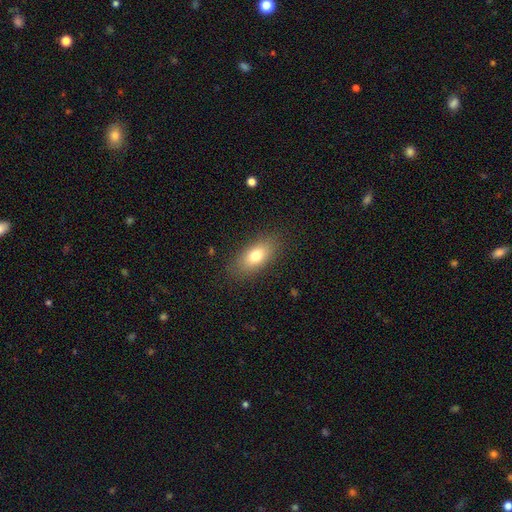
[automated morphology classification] Smooth or featured: smooth — 77% (featured or disk — 15%)
How rounded: in between — 86% (cigar-shaped — 8%)
Merging: none — 85% (minor disturbance — 10%)